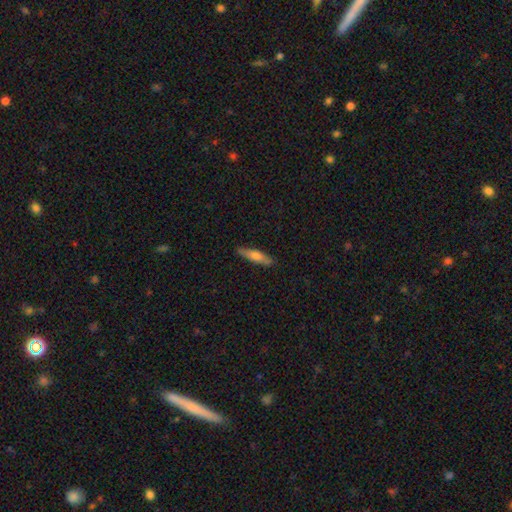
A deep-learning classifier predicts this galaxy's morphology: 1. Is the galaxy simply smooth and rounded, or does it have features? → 57% smooth, 37% featured or disk, 6% star or artifact.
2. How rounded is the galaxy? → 81% cigar-shaped, 17% in between, 2% round.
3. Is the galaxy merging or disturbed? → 88% none, 9% minor disturbance, 2% major disturbance, 1% merger.